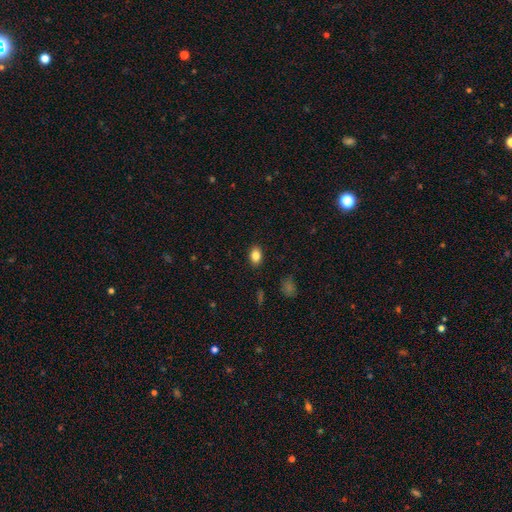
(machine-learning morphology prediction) type=smooth (84%); roundness=in between (81%); merging=none (88%).